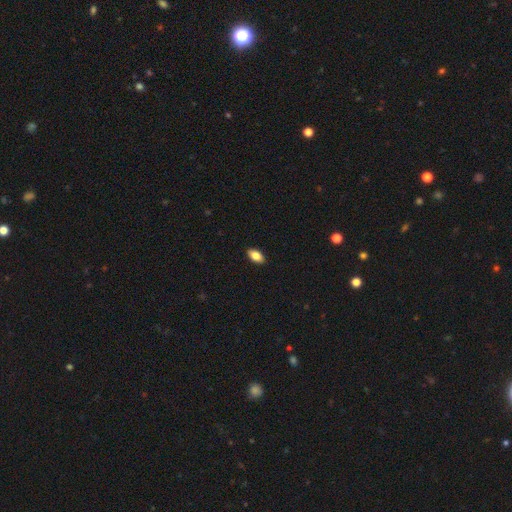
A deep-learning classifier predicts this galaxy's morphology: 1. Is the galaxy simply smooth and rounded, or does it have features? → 83% smooth, 10% featured or disk, 7% star or artifact.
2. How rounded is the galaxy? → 92% in between, 4% round, 4% cigar-shaped.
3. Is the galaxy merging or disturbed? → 90% none, 7% minor disturbance, 2% major disturbance, 1% merger.